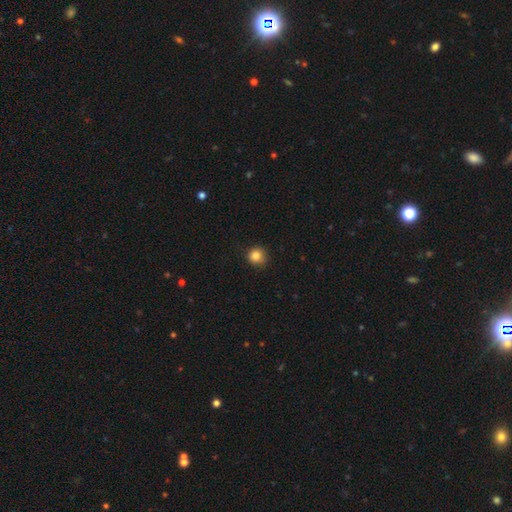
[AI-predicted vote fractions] This is clearly a smooth galaxy (85%). How rounded: clearly round (91%). Merging: clearly none (83%).